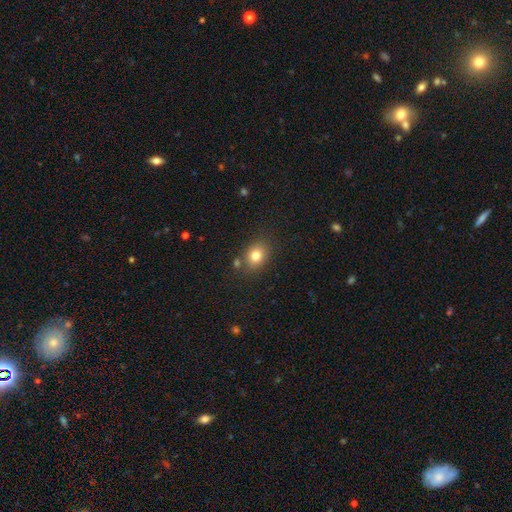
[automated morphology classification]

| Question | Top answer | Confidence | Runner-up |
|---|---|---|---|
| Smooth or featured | smooth | 79% | star or artifact (11%) |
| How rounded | in between | 51% | round (49%) |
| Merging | none | 77% | minor disturbance (12%) |